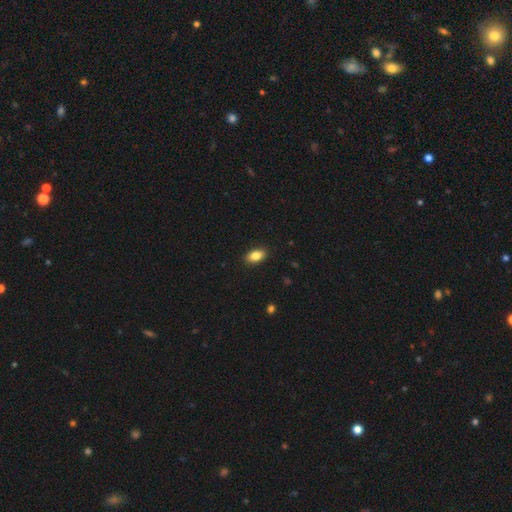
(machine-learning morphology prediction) Overall: smooth (84%). How rounded: in between (90%). Merging: none (89%).